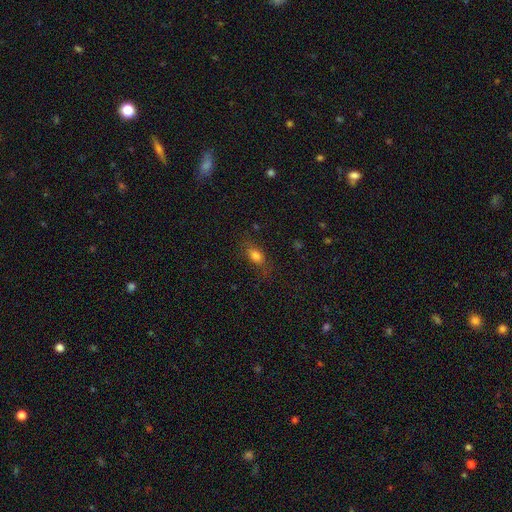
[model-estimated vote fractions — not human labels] Smooth or featured? Predicted: smooth (p=0.78). How rounded? Predicted: in between (p=0.78). Merging? Predicted: none (p=0.72).